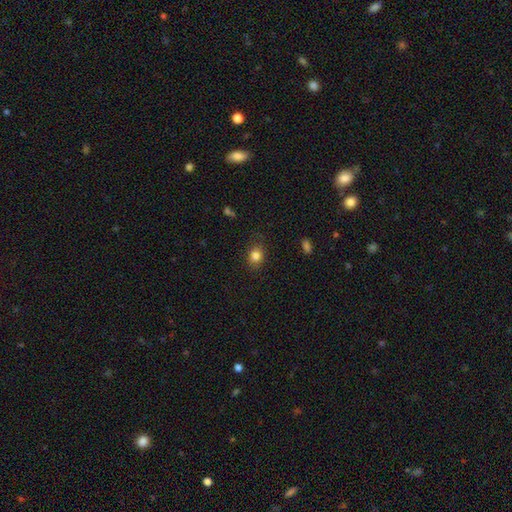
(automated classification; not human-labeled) Overall: smooth (83%). How rounded: round (55%; in between 44%). Merging: none (82%).